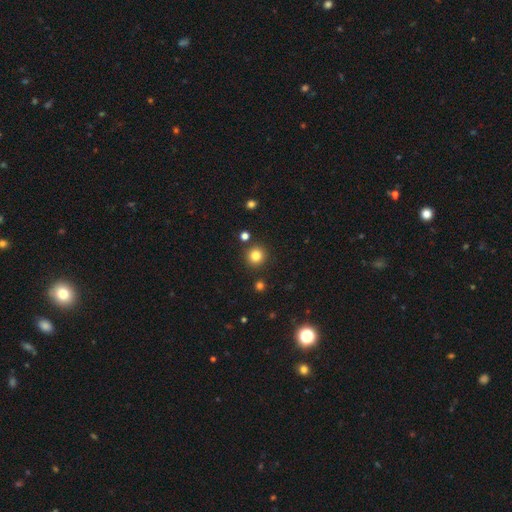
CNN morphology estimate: Smooth or featured? smooth (82%)
How rounded? round (94%)
Merging? none (89%)